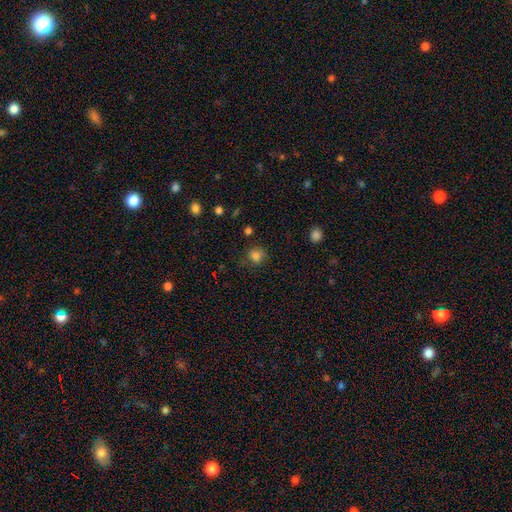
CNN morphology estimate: Smooth or featured: smooth — 82% (star or artifact — 13%)
How rounded: round — 86% (in between — 13%)
Merging: none — 78% (minor disturbance — 15%)